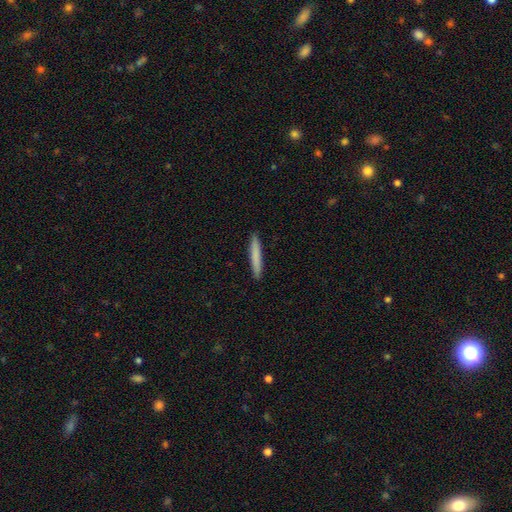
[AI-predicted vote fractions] A smooth galaxy with no disk features (80%) that is cigar-shaped (95%).

Vote fractions:
- Smooth or featured? smooth: 80% / featured or disk: 15% / star or artifact: 6%
- How rounded? cigar-shaped: 95% / in between: 3% / round: 1%
- Merging? none: 92% / minor disturbance: 6% / major disturbance: 1% / merger: 1%